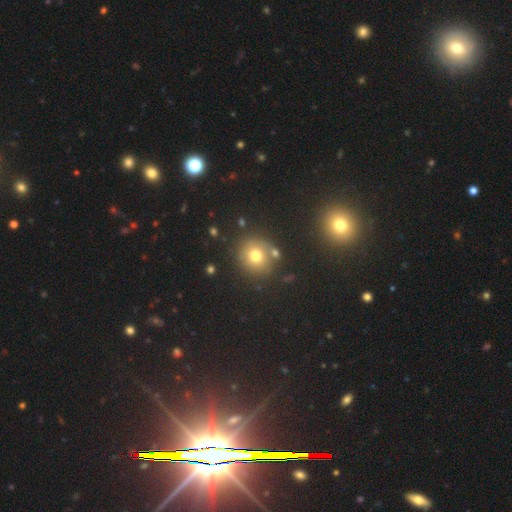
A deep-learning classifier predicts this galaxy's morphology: type=smooth (72%); roundness=round (87%); merging=none (76%).